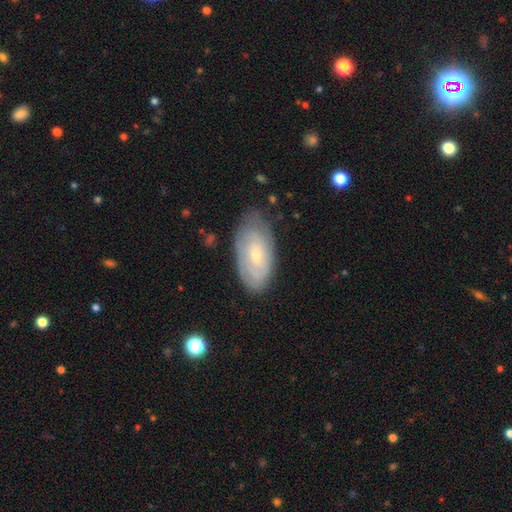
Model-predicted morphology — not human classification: The model was most divided on "smooth or featured": featured or disk: 59%, smooth: 34%, star or artifact: 6%. More confident: edge-on disk — no (92%); spiral arms — yes (77%); merging — none (73%); bar — no (71%); bulge size — small (69%).